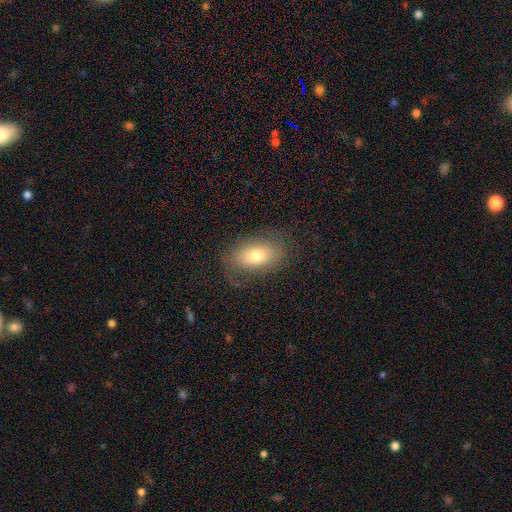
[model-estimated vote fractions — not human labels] Morphology: type=smooth (69%); roundness=in between (88%); merging=none (75%).